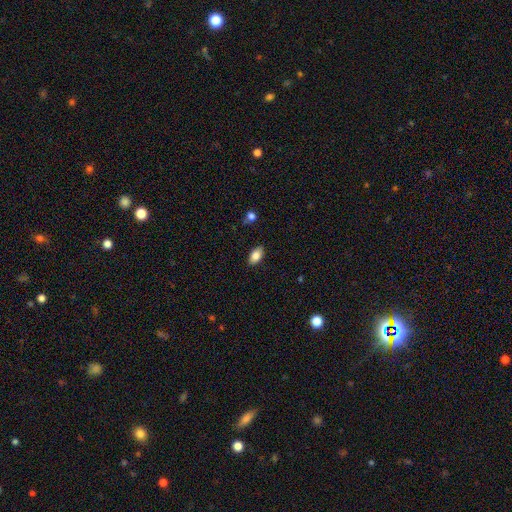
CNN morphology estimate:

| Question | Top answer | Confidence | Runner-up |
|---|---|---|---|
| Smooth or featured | smooth | 84% | featured or disk (9%) |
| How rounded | in between | 92% | round (5%) |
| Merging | none | 87% | minor disturbance (10%) |